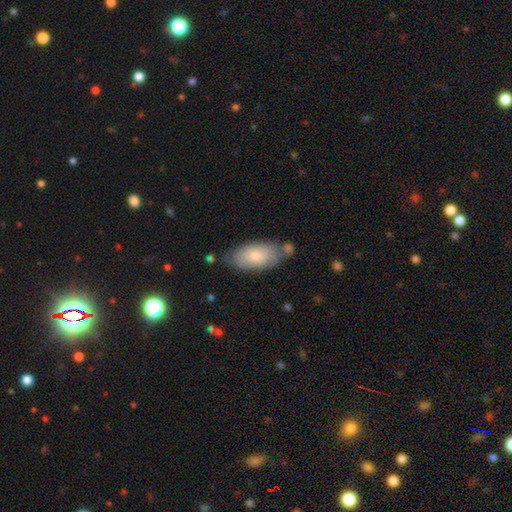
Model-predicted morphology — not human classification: Smooth or featured: smooth — 75% (featured or disk — 19%)
How rounded: in between — 93% (cigar-shaped — 5%)
Merging: none — 63% (minor disturbance — 22%)